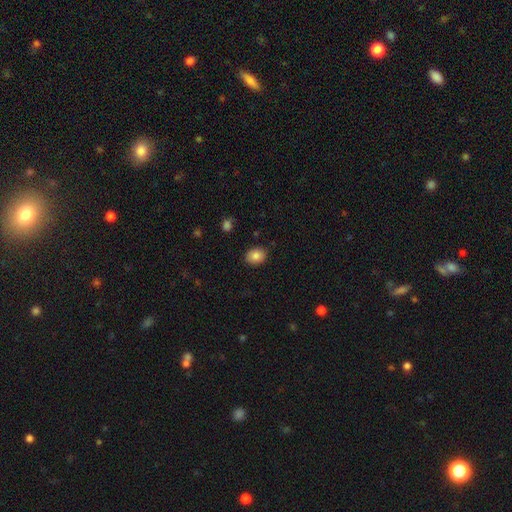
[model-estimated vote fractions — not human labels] Smooth or featured? smooth (85%)
How rounded? in between (57%)
Merging? none (88%)